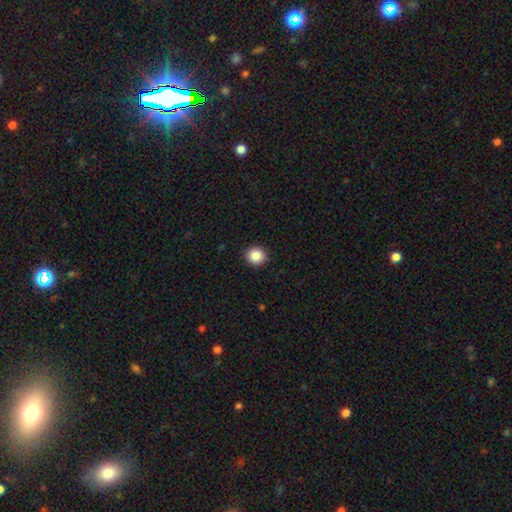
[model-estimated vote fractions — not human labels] A smooth galaxy with no disk features (87%) that is round (88%).

Vote fractions:
- Smooth or featured? smooth: 87% / star or artifact: 9% / featured or disk: 3%
- How rounded? round: 88% / in between: 12% / cigar-shaped: 1%
- Merging? none: 92% / minor disturbance: 6% / major disturbance: 2% / merger: 1%